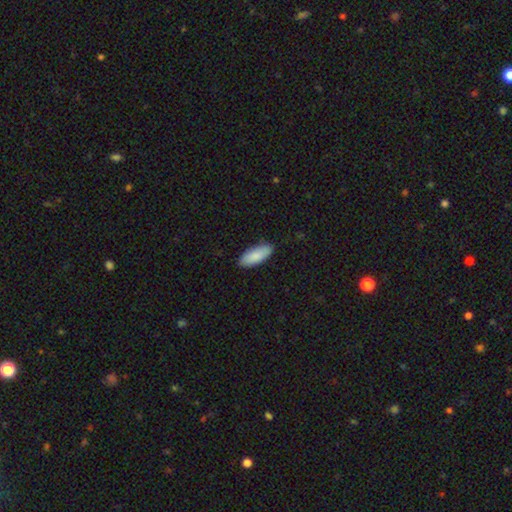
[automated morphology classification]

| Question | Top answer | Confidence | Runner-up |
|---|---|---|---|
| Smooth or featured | smooth | 88% | featured or disk (7%) |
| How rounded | in between | 80% | cigar-shaped (18%) |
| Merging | none | 87% | minor disturbance (10%) |